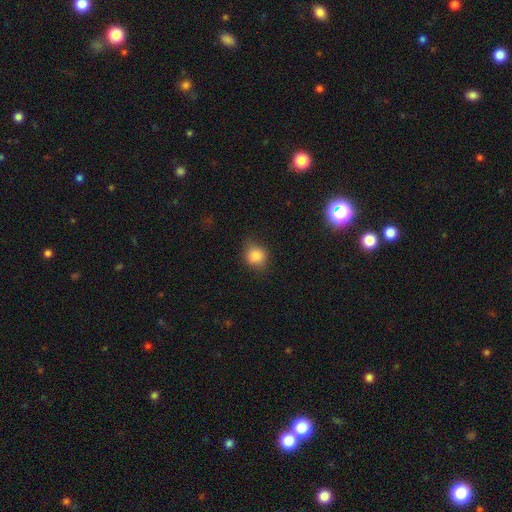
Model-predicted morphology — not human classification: This appears to be a smooth galaxy with no disk features (85%) that is round (77%). Merging: none (75%).